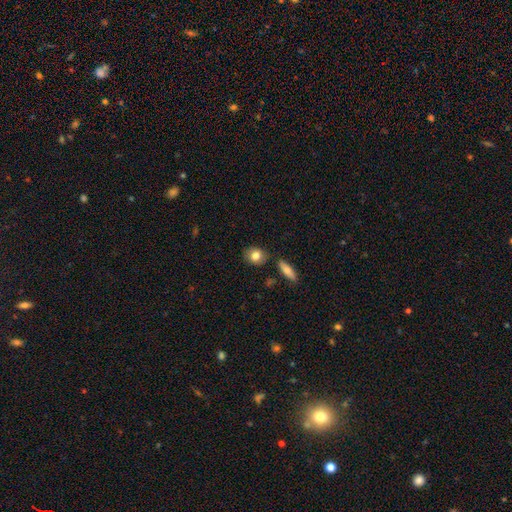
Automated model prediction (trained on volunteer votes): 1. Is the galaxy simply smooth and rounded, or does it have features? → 80% smooth, 12% featured or disk, 8% star or artifact.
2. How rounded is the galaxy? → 52% round, 45% in between, 2% cigar-shaped.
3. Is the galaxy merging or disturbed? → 81% none, 11% minor disturbance, 6% merger, 2% major disturbance.